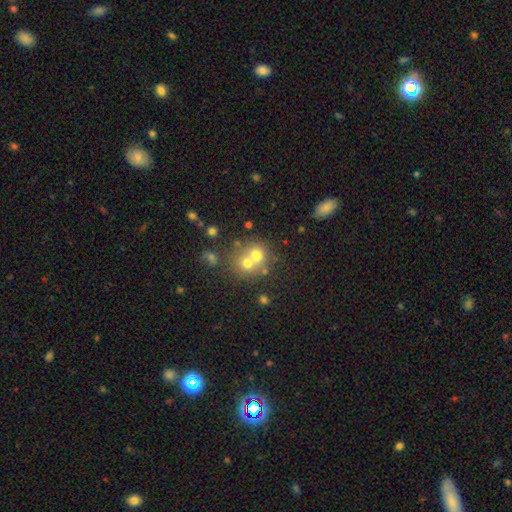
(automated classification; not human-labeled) smooth_or_featured: smooth (p=0.65) [alt: featured or disk p=0.20]
how_rounded: round (p=0.80) [alt: in between p=0.19]
merging: merger (p=0.55) [alt: none p=0.35]